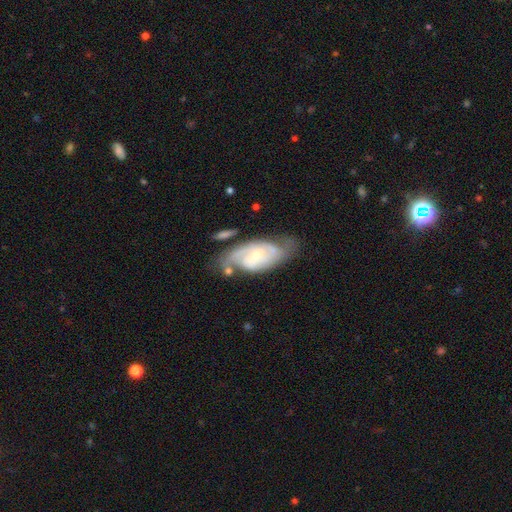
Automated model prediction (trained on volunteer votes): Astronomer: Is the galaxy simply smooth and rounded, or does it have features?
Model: featured or disk — 80%.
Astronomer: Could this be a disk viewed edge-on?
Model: no — 94%.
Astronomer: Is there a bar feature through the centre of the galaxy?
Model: no — 53% (runner-up: weak, 37%).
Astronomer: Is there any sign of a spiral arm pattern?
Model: yes — 92%.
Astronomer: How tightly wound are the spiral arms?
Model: tight — 44% (runner-up: medium, 42%).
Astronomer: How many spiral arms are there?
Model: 2 — 72%.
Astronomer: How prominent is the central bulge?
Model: small — 64%.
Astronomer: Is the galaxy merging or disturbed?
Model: none — 61%.